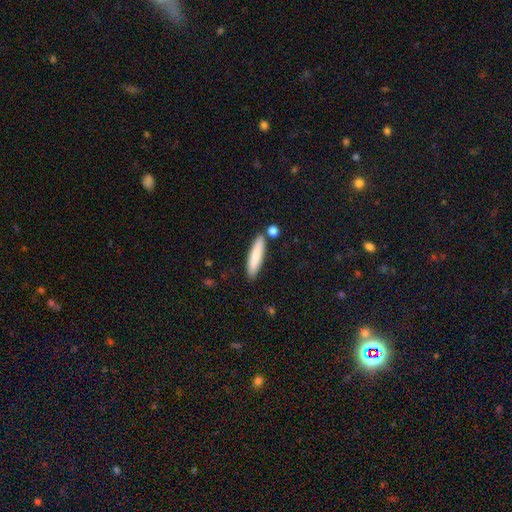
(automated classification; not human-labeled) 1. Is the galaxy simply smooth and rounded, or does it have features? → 83% smooth, 12% featured or disk, 6% star or artifact.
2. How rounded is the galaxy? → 81% cigar-shaped, 18% in between, 1% round.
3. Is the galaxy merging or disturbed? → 83% none, 9% minor disturbance, 6% merger, 2% major disturbance.